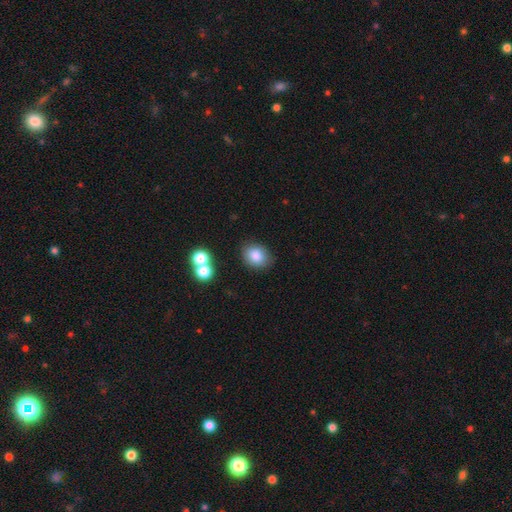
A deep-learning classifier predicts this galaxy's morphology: smooth 84%, star or artifact 9%, featured or disk 7%. Down the decision tree: how rounded — round (51%); merging — none (80%).